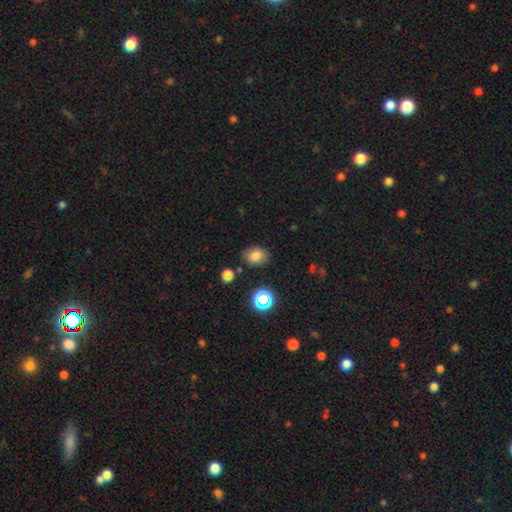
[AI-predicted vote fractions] A smooth galaxy with no disk features (77%) that is in between round and cigar-shaped (64%). Merging: none (78%).